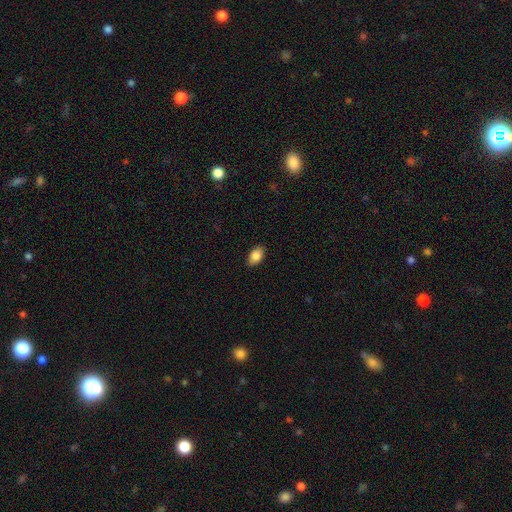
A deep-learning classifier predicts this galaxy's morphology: Q: Smooth or featured?
A: smooth (86%); runner-up: star or artifact (7%)
Q: How rounded?
A: in between (90%); runner-up: round (8%)
Q: Merging?
A: none (88%); runner-up: minor disturbance (9%)